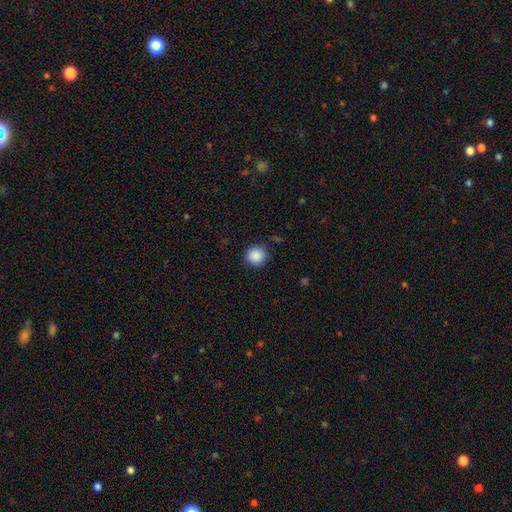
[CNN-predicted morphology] smooth_or_featured: smooth (p=0.88) [alt: star or artifact p=0.09]
how_rounded: round (p=0.93) [alt: in between p=0.06]
merging: none (p=0.88) [alt: minor disturbance p=0.08]